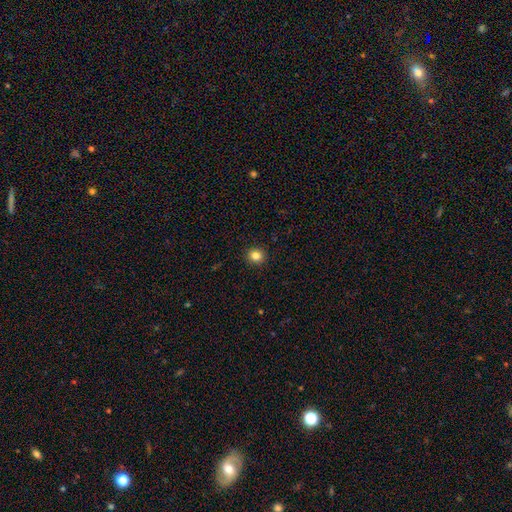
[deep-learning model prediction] This is clearly a smooth galaxy (84%). How rounded: clearly round (85%). Merging: clearly none (92%).